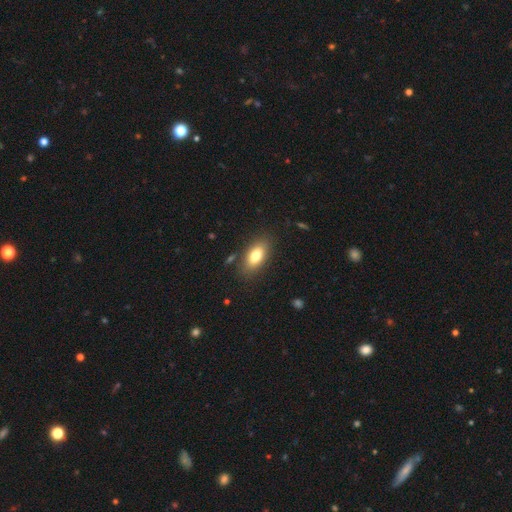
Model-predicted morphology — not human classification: Smooth or featured: smooth — 77% (featured or disk — 15%)
How rounded: in between — 88% (cigar-shaped — 6%)
Merging: none — 83% (minor disturbance — 11%)